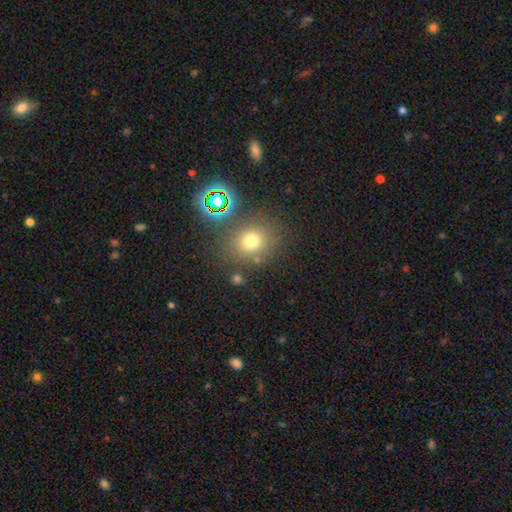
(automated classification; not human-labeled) This is possibly a smooth galaxy (57%). How rounded: likely round (73%). Merging: likely none (77%).